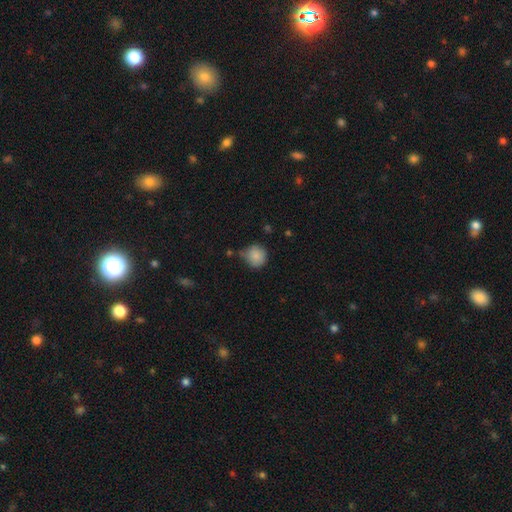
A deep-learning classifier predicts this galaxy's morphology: smooth-or-featured: smooth: 85% | star or artifact: 9% | featured or disk: 6%
  how-rounded: round: 92% | in between: 7% | cigar-shaped: 1%
  merging: none: 67% | minor disturbance: 23% | merger: 5% | major disturbance: 4%